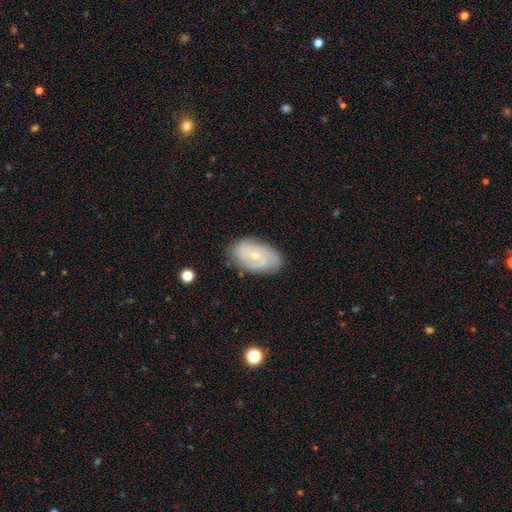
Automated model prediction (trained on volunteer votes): smooth-or-featured: featured or disk: 71% | smooth: 23% | star or artifact: 6%
  disk-edge-on: no: 95% | yes: 5%
    bar: no: 54% | weak: 38% | strong: 7%
    has-spiral-arms: yes: 88% | no: 12%
      spiral-winding: tight: 49% | medium: 37% | loose: 14%
      spiral-arm-count: 2: 50% | can't tell: 28% | 3: 11% | 1: 4% | 4: 3% | more than 4: 3%
    bulge-size: small: 71% | moderate: 25% | none: 2% | large: 1% | dominant: 1%
  merging: none: 79% | minor disturbance: 16% | major disturbance: 4% | merger: 1%